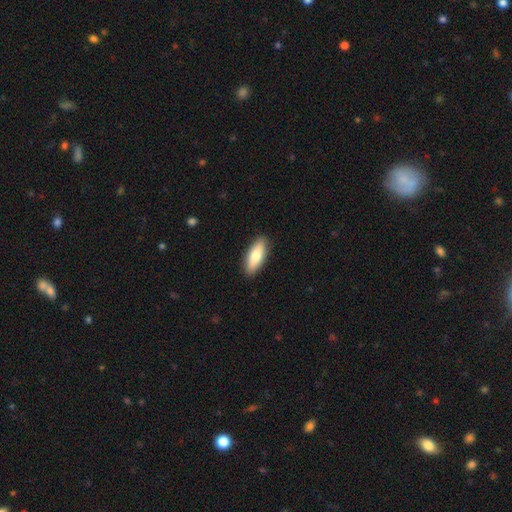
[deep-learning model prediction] smooth_or_featured: smooth (p=0.77) [alt: featured or disk p=0.18]
how_rounded: in between (p=0.71) [alt: cigar-shaped p=0.26]
merging: none (p=0.89) [alt: minor disturbance p=0.08]